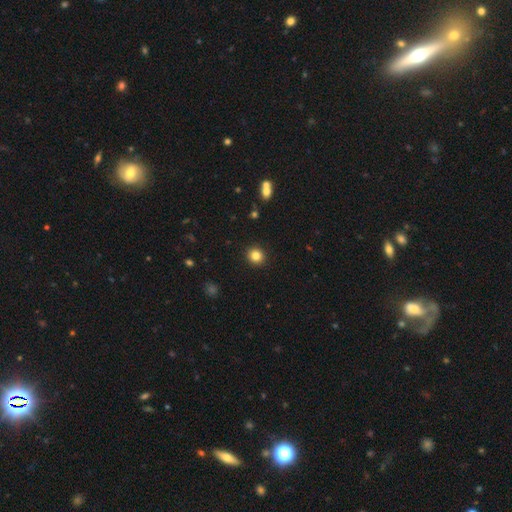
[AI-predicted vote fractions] Smooth or featured? smooth (83%)
How rounded? round (91%)
Merging? none (92%)